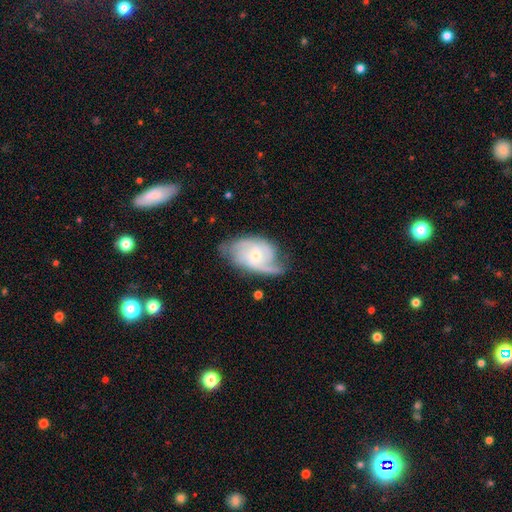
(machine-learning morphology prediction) This is clearly a featured or disk galaxy (80%). It is clearly not viewed edge-on (96%). Bar: likely no (67%). Spiral arm pattern: clearly yes (94%). Spiral arm count: marginally 2 (41%). Spiral winding: marginally medium (43%). Central bulge: likely small (63%). Merging: possibly none (60%).